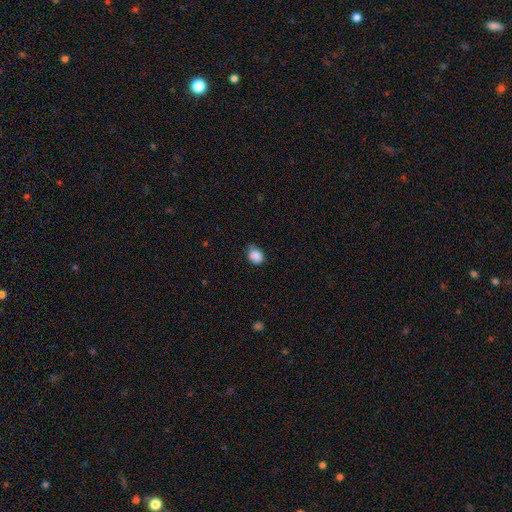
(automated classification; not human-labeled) Smooth or featured? Predicted: smooth (p=0.87). How rounded? Predicted: round (p=0.51). Merging? Predicted: none (p=0.60).